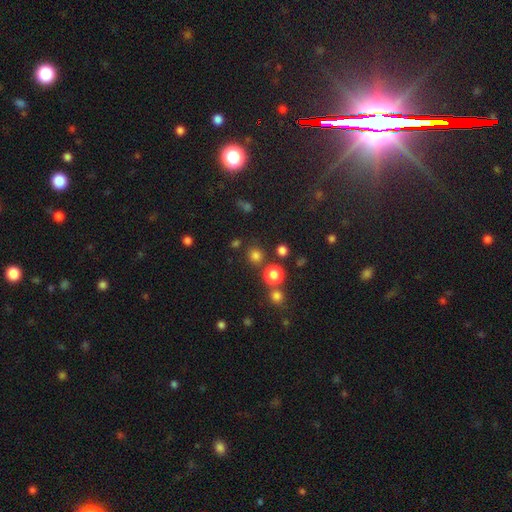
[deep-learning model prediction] Smooth or featured? Predicted: smooth (p=0.77). How rounded? Predicted: round (p=0.92). Merging? Predicted: none (p=0.81).